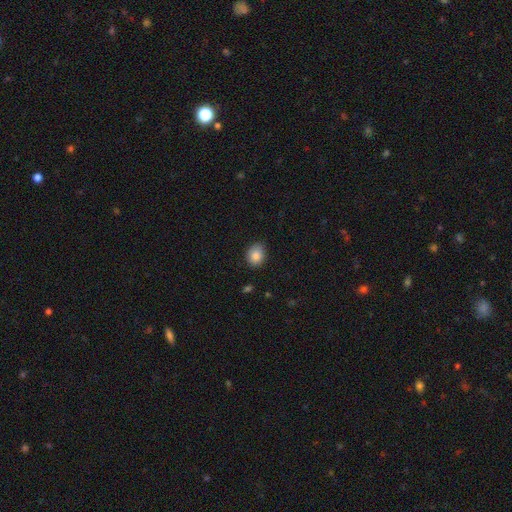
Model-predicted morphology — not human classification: smooth 85%, star or artifact 9%, featured or disk 6%. Down the decision tree: how rounded — round (52%); merging — none (81%).